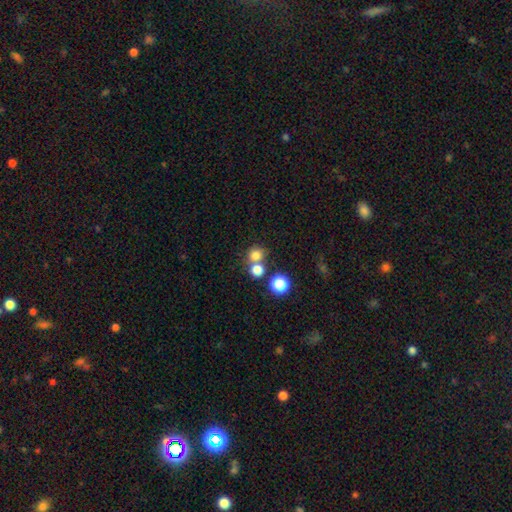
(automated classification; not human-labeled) Smooth or featured? smooth (77%)
How rounded? round (82%)
Merging? none (56%)